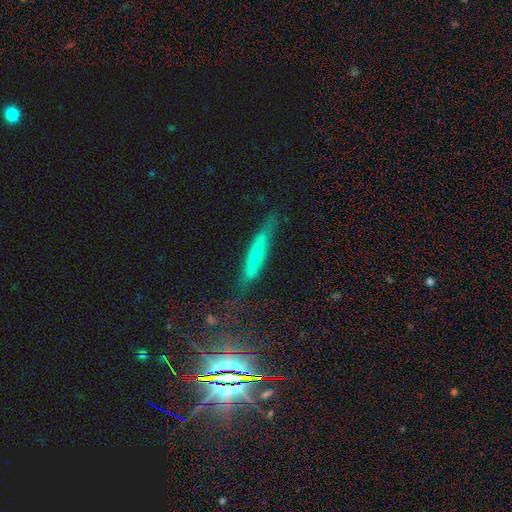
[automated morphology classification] Smooth or featured?
  - smooth: 57% *
  - featured or disk: 31%
  - star or artifact: 12%
How rounded?
  - cigar-shaped: 90% *
  - in between: 8%
  - round: 2%
Merging?
  - none: 70% *
  - minor disturbance: 21%
  - major disturbance: 6%
  - merger: 3%